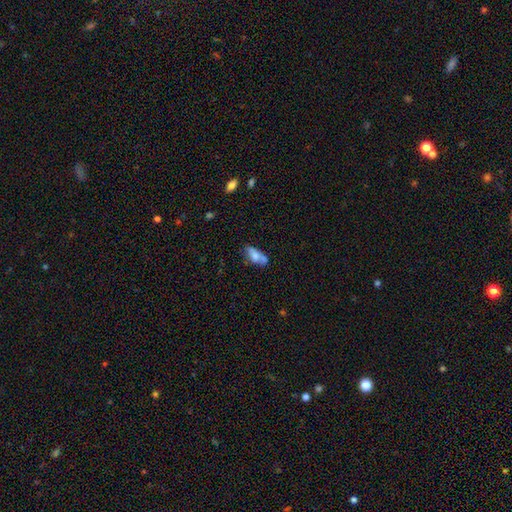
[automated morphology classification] Smooth or featured? smooth (67%)
How rounded? in between (80%)
Merging? none (44%)